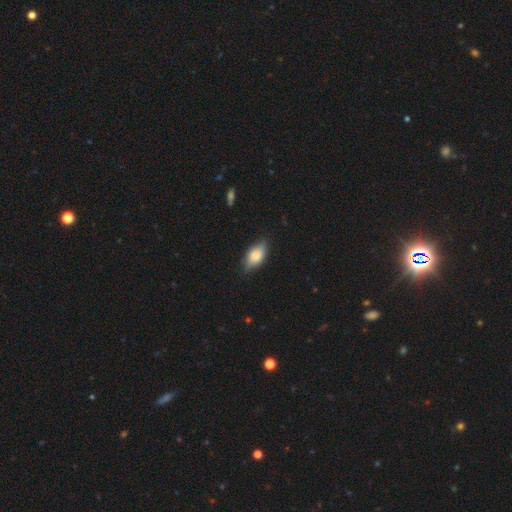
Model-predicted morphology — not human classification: This is likely a smooth galaxy (64%). How rounded: clearly in between (85%). Merging: likely none (78%).